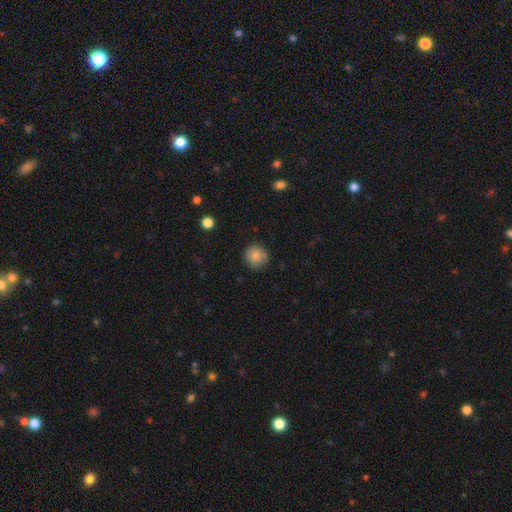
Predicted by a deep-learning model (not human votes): smooth_or_featured: smooth (p=0.84) [alt: featured or disk p=0.08]
how_rounded: round (p=0.89) [alt: in between p=0.10]
merging: none (p=0.80) [alt: minor disturbance p=0.15]